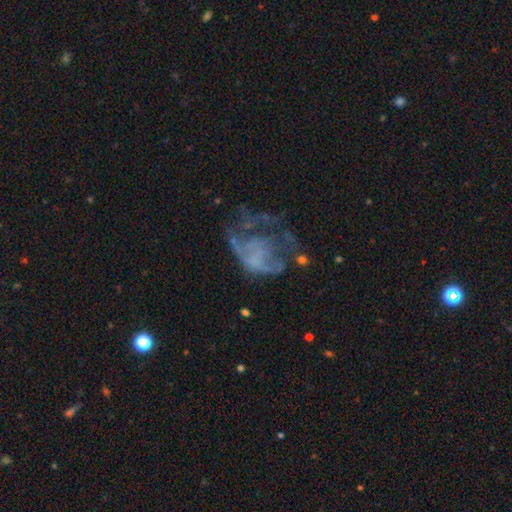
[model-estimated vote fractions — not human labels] Smooth or featured? featured or disk (60%)
Edge-on disk? no (98%)
Bar? no (88%)
Spiral arms? no (78%)
Bulge size? none (78%)
Merging? major disturbance (52%)